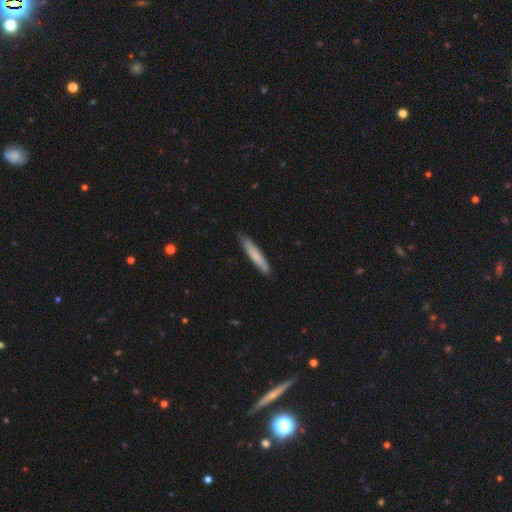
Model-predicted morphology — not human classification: This is likely a smooth galaxy (73%). How rounded: clearly cigar-shaped (92%). Merging: clearly none (82%).